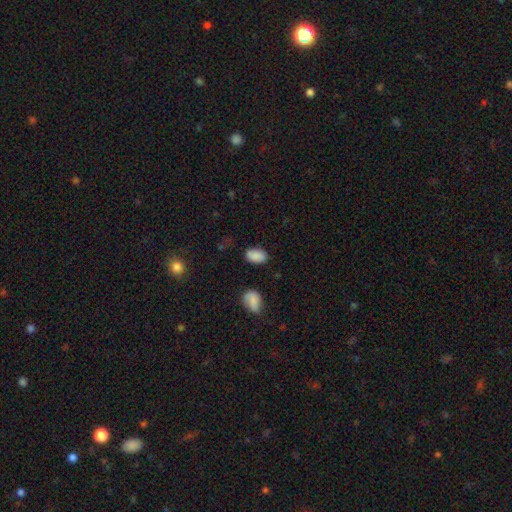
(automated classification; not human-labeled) smooth 87%, star or artifact 9%, featured or disk 4%. Down the decision tree: how rounded — in between (92%); merging — none (81%).